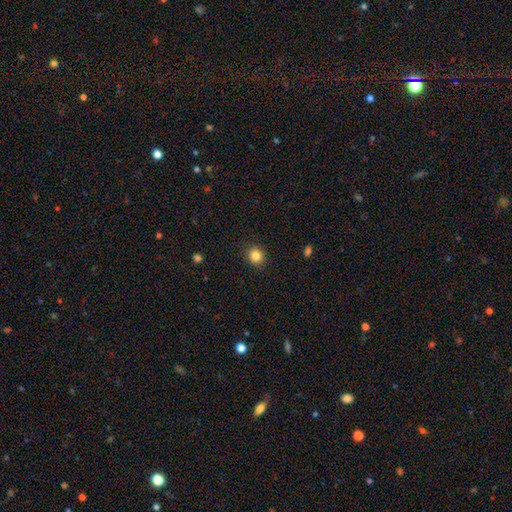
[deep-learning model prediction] Smooth or featured? Predicted: smooth (p=0.85). How rounded? Predicted: round (p=0.81). Merging? Predicted: none (p=0.90).